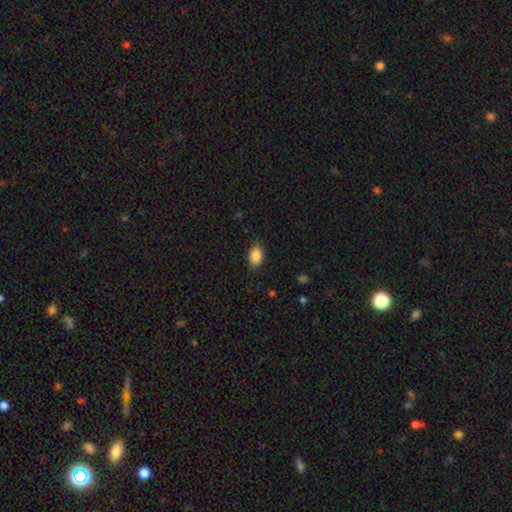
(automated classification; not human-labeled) Smooth or featured: smooth — 88% (star or artifact — 7%)
How rounded: in between — 89% (round — 9%)
Merging: none — 85% (minor disturbance — 12%)